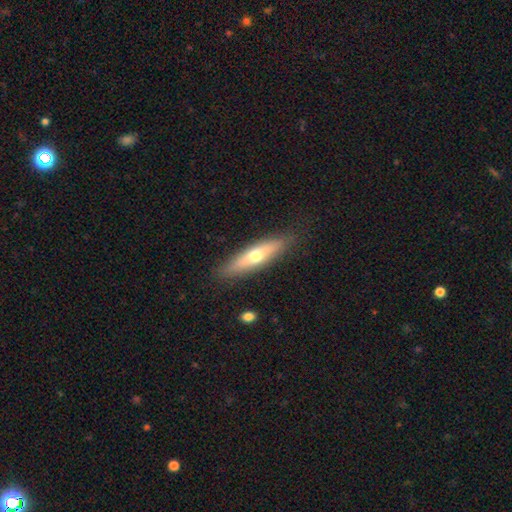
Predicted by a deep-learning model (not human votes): smooth_or_featured: smooth (p=0.54) [alt: featured or disk p=0.40]
how_rounded: cigar-shaped (p=0.73) [alt: in between p=0.25]
merging: none (p=0.86) [alt: minor disturbance p=0.10]